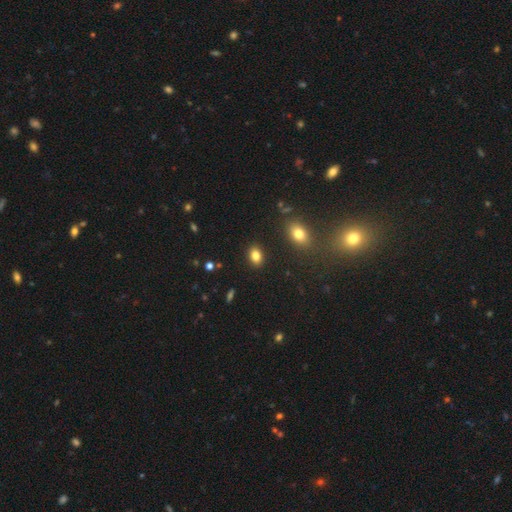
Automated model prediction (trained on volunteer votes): smooth_or_featured: smooth (p=0.83) [alt: star or artifact p=0.10]
how_rounded: in between (p=0.79) [alt: round p=0.19]
merging: none (p=0.88) [alt: minor disturbance p=0.08]